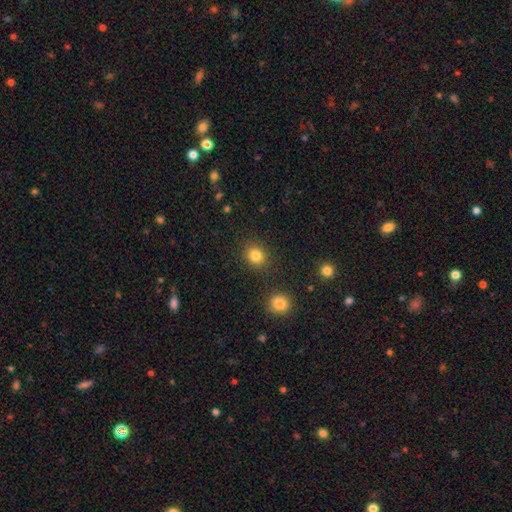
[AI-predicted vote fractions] The model was most divided on "how rounded": round: 79%, in between: 20%, cigar-shaped: 1%. More confident: merging — none (86%); smooth or featured — smooth (84%).